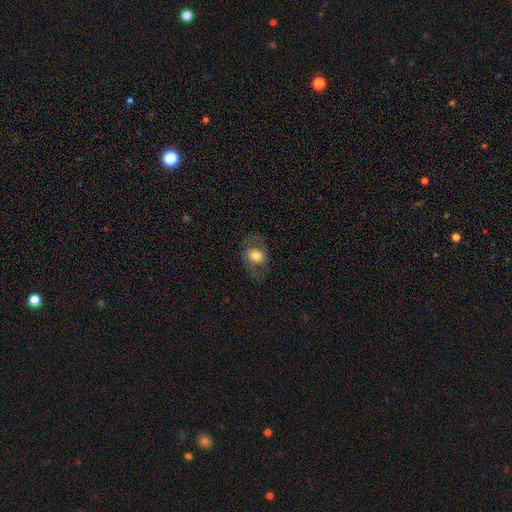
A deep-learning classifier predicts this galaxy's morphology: Smooth or featured?
  - smooth: 53% *
  - featured or disk: 39%
  - star or artifact: 8%
How rounded?
  - in between: 55% *
  - round: 43%
  - cigar-shaped: 1%
Merging?
  - none: 68% *
  - minor disturbance: 17%
  - major disturbance: 14%
  - merger: 1%